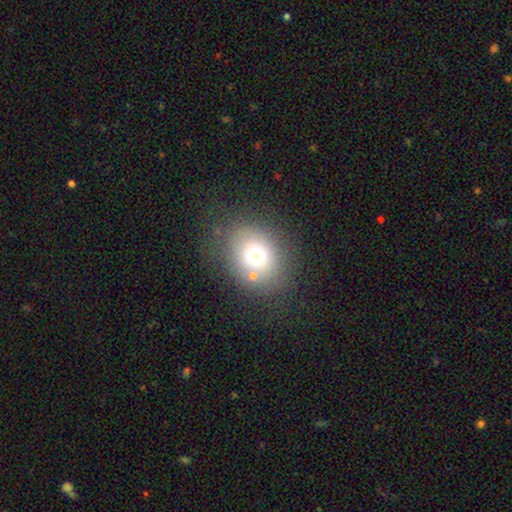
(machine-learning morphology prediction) Smooth or featured?
  - smooth: 68% *
  - star or artifact: 18%
  - featured or disk: 14%
How rounded?
  - round: 62% *
  - in between: 37%
  - cigar-shaped: 1%
Merging?
  - none: 75% *
  - minor disturbance: 12%
  - major disturbance: 8%
  - merger: 6%